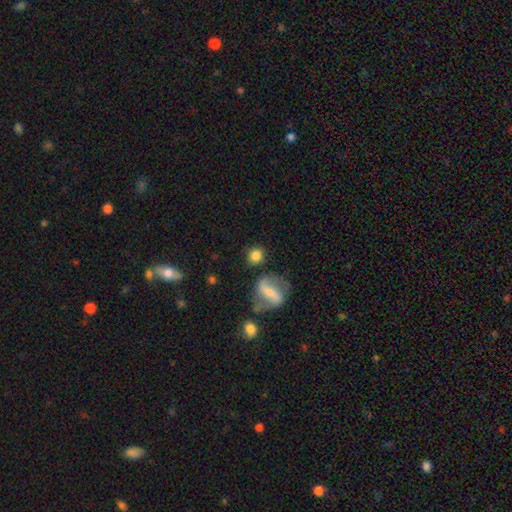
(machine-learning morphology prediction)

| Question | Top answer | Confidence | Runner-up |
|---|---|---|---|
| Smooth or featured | smooth | 75% | featured or disk (16%) |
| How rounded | round | 79% | in between (19%) |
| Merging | none | 72% | minor disturbance (13%) |